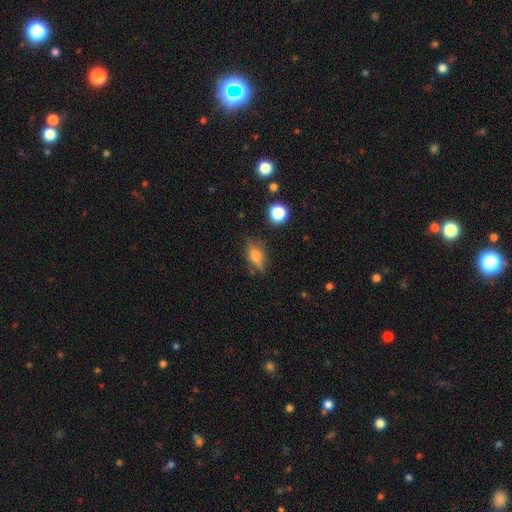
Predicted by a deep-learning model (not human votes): smooth_or_featured: smooth (p=0.62) [alt: featured or disk p=0.26]
how_rounded: in between (p=0.70) [alt: cigar-shaped p=0.17]
merging: none (p=0.65) [alt: minor disturbance p=0.24]